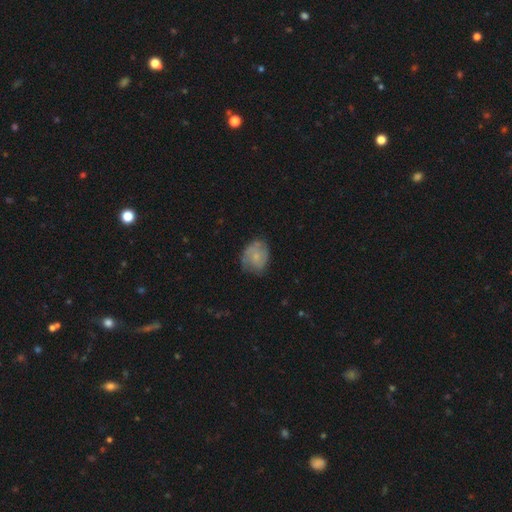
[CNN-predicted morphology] Smooth or featured? Predicted: smooth (p=0.54). How rounded? Predicted: in between (p=0.54). Merging? Predicted: none (p=0.61).